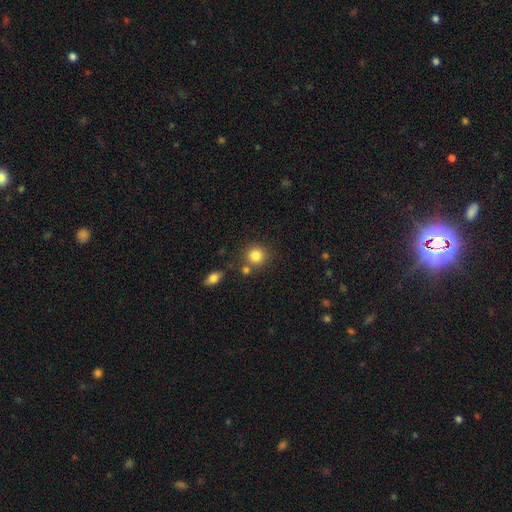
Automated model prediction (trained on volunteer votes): Smooth or featured? smooth (84%)
How rounded? round (89%)
Merging? none (73%)